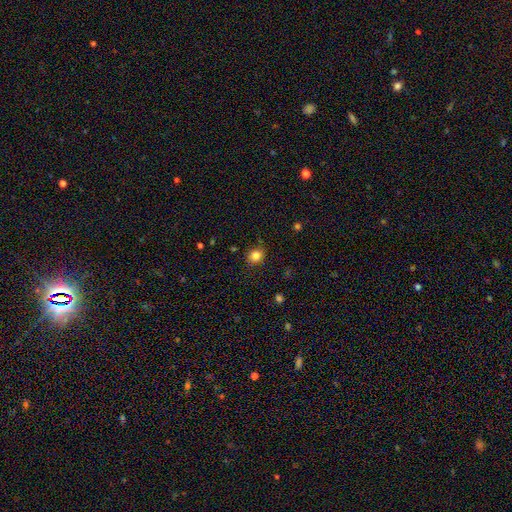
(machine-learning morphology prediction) smooth_or_featured: smooth (p=0.83) [alt: star or artifact p=0.12]
how_rounded: round (p=0.76) [alt: in between p=0.23]
merging: none (p=0.83) [alt: minor disturbance p=0.12]